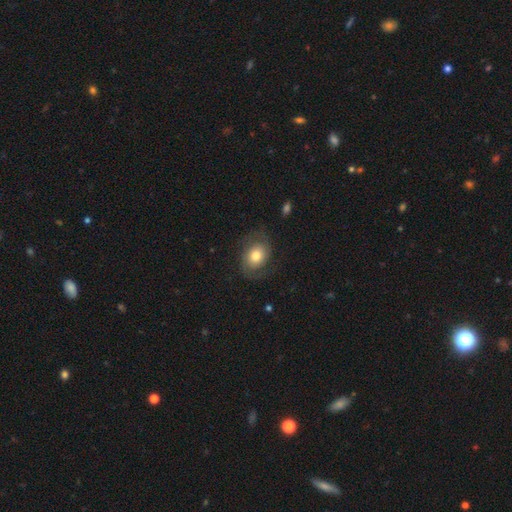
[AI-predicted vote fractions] Smooth or featured: featured or disk — 53% (smooth — 39%)
Edge-on disk: no — 97% (yes — 3%)
Bar: no — 78% (weak — 18%)
Spiral arms: yes — 83% (no — 17%)
Bulge size: moderate — 66% (large — 19%)
Merging: none — 70% (minor disturbance — 17%)